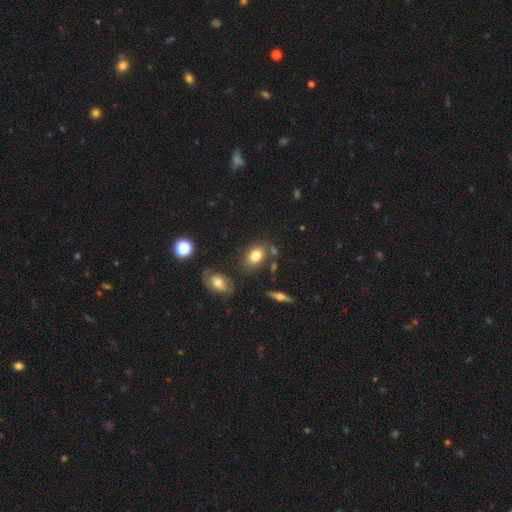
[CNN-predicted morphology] Smooth or featured? smooth (77%)
How rounded? in between (80%)
Merging? none (72%)